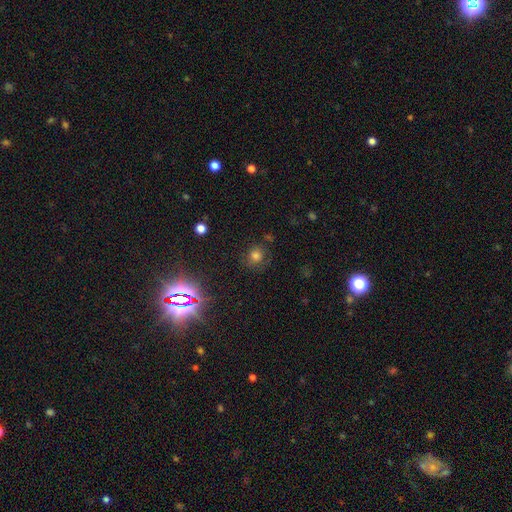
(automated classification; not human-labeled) A smooth galaxy with no disk features (69%) that is round (86%). Merging: none (74%).